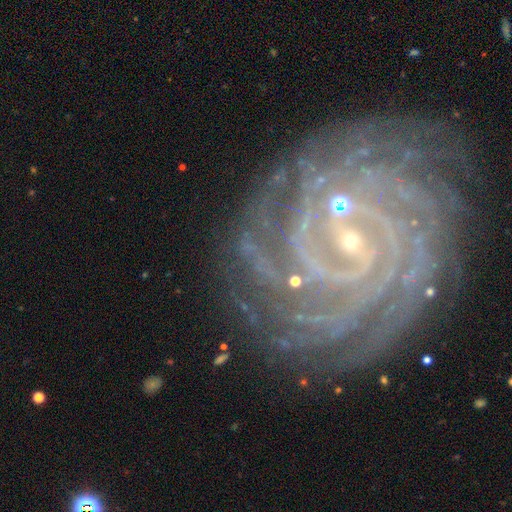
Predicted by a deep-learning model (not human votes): Smooth or featured? Predicted: featured or disk (p=0.89). Edge-on disk? Predicted: no (p=0.97). Bar? Predicted: strong (p=0.38). Spiral arms? Predicted: yes (p=0.98). Spiral winding? Predicted: tight (p=0.76). Spiral arm count? Predicted: 4 (p=0.21). Bulge size? Predicted: small (p=0.86). Merging? Predicted: none (p=0.72).